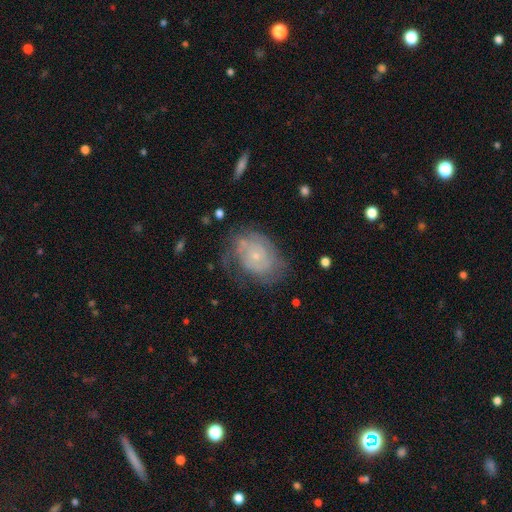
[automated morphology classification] This is likely a featured or disk galaxy (70%). It is clearly not viewed edge-on (97%). Bar: likely no (79%). Spiral arm pattern: clearly yes (83%). Spiral arm count: possibly can't tell (48%). Spiral winding: likely tight (63%). Central bulge: likely small (78%). Merging: possibly none (59%).